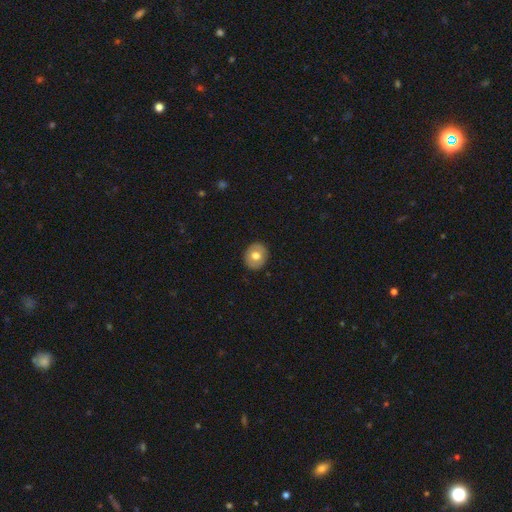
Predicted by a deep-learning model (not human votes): smooth 72%, featured or disk 21%, star or artifact 8%. Down the decision tree: how rounded — round (73%); merging — none (90%).